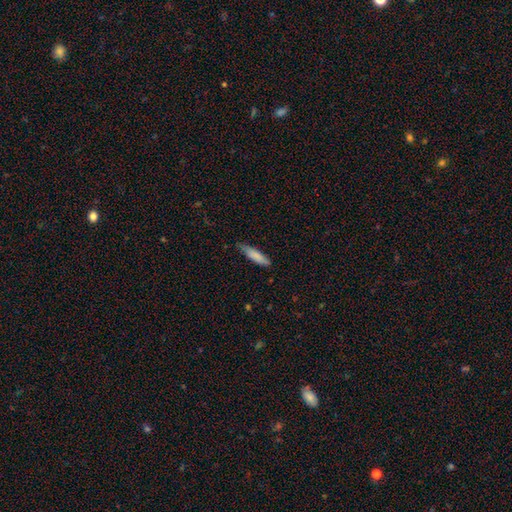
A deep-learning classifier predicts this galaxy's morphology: Smooth or featured?
  - smooth: 83% *
  - featured or disk: 12%
  - star or artifact: 6%
How rounded?
  - cigar-shaped: 72% *
  - in between: 27%
  - round: 1%
Merging?
  - none: 64% *
  - minor disturbance: 30%
  - major disturbance: 4%
  - merger: 2%